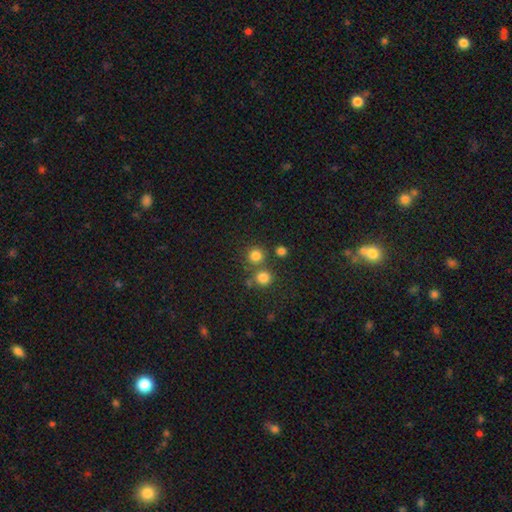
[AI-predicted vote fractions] Smooth or featured?
  - smooth: 80% *
  - star or artifact: 15%
  - featured or disk: 6%
How rounded?
  - round: 92% *
  - in between: 7%
  - cigar-shaped: 1%
Merging?
  - none: 71% *
  - merger: 19%
  - minor disturbance: 7%
  - major disturbance: 3%